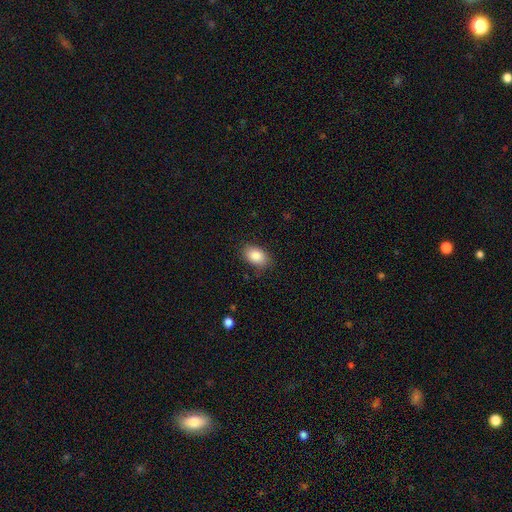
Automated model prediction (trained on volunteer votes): Smooth or featured?
  - smooth: 88% *
  - star or artifact: 7%
  - featured or disk: 5%
How rounded?
  - in between: 88% *
  - round: 11%
  - cigar-shaped: 1%
Merging?
  - none: 82% *
  - minor disturbance: 14%
  - major disturbance: 3%
  - merger: 1%